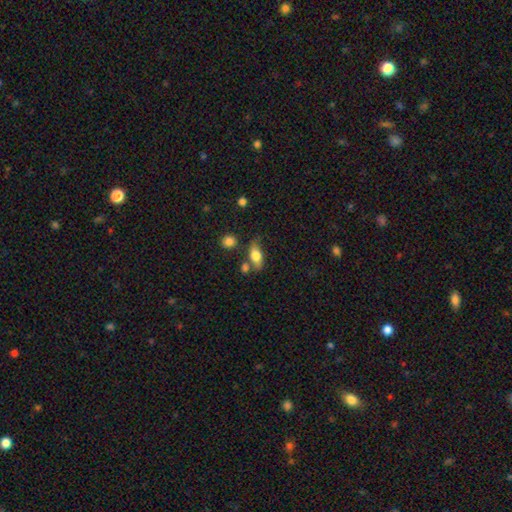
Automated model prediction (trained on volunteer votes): Smooth or featured?
  - smooth: 72% *
  - featured or disk: 20%
  - star or artifact: 8%
How rounded?
  - in between: 82% *
  - cigar-shaped: 11%
  - round: 7%
Merging?
  - none: 58% *
  - minor disturbance: 21%
  - merger: 13%
  - major disturbance: 8%